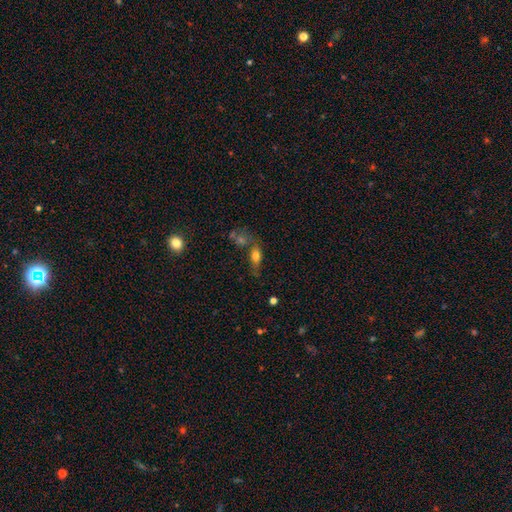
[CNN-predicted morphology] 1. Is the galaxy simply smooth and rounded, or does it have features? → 73% smooth, 16% featured or disk, 11% star or artifact.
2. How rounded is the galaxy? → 80% in between, 11% round, 8% cigar-shaped.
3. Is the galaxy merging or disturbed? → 43% none, 31% merger, 17% minor disturbance, 10% major disturbance.